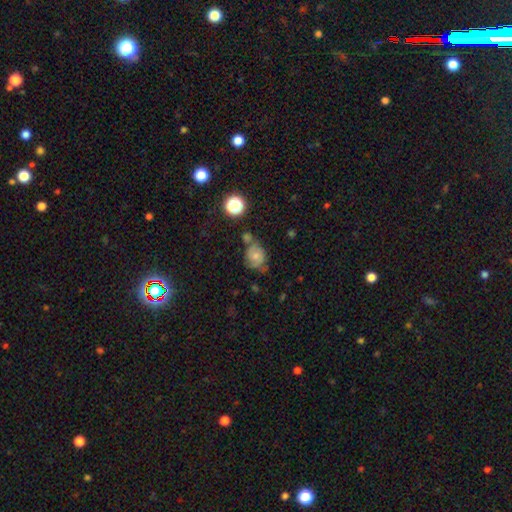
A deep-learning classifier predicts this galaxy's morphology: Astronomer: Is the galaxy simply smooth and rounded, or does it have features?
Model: smooth — 57%.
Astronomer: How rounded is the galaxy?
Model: round — 53% (runner-up: in between, 46%).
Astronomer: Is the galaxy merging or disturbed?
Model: none — 44% (runner-up: minor disturbance, 28%).